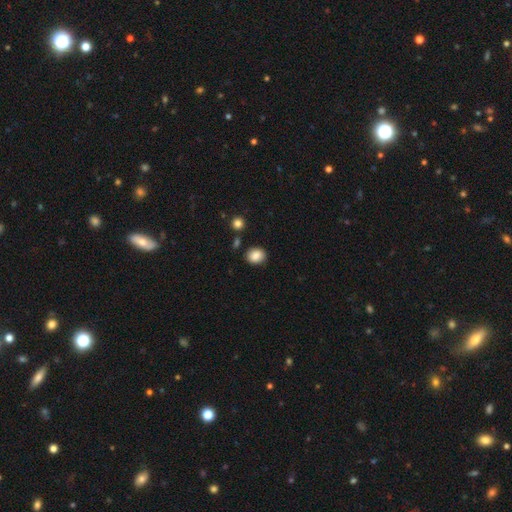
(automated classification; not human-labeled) smooth-or-featured: smooth: 87% | star or artifact: 9% | featured or disk: 4%
  how-rounded: round: 60% | in between: 39% | cigar-shaped: 1%
  merging: none: 84% | minor disturbance: 10% | merger: 3% | major disturbance: 3%